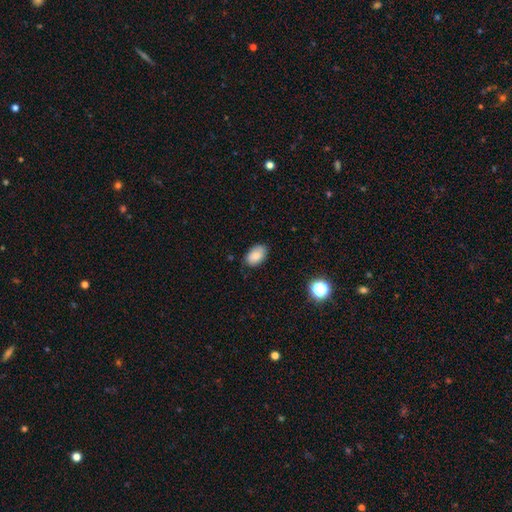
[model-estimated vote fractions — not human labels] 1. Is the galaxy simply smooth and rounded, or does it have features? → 85% smooth, 8% star or artifact, 7% featured or disk.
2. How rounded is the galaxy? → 90% in between, 9% round, 1% cigar-shaped.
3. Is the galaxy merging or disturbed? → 79% none, 17% minor disturbance, 3% major disturbance, 1% merger.